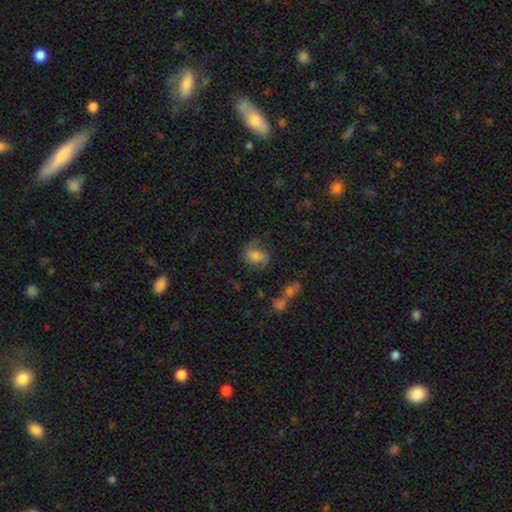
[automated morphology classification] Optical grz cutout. It shows a smooth galaxy with no disk features (61%) that is in between round and cigar-shaped (65%). Merging: none (56%).